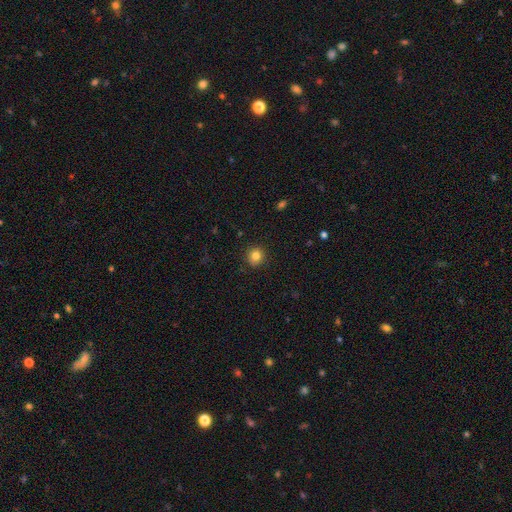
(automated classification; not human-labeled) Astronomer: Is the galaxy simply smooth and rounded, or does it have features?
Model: smooth — 83%.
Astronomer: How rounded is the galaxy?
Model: round — 89%.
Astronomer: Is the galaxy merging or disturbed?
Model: none — 89%.